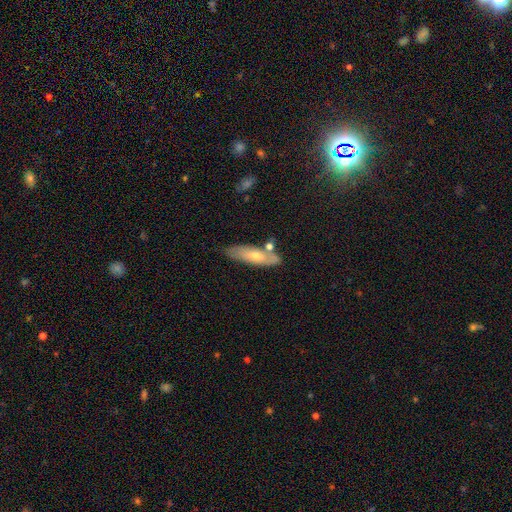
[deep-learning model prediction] Smooth or featured?
  - smooth: 54% *
  - featured or disk: 39%
  - star or artifact: 7%
How rounded?
  - cigar-shaped: 58% *
  - in between: 40%
  - round: 2%
Merging?
  - none: 69% *
  - minor disturbance: 17%
  - merger: 10%
  - major disturbance: 3%